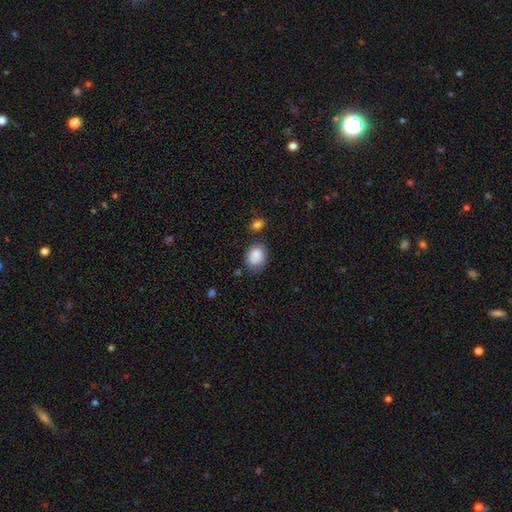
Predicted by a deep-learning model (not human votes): Smooth or featured? smooth (87%)
How rounded? in between (63%)
Merging? none (62%)